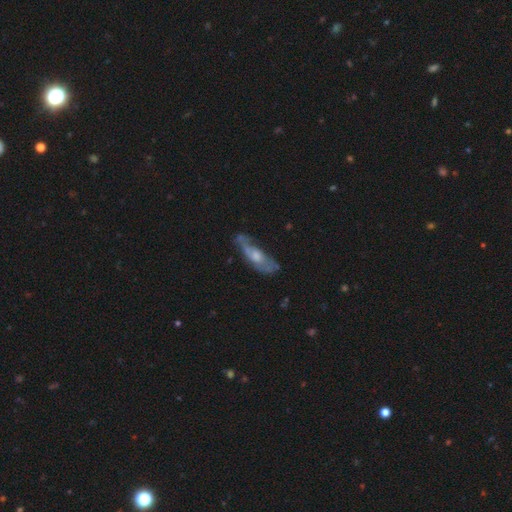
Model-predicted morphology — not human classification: This is likely a featured or disk galaxy (60%). It is likely not viewed edge-on (73%). Merging: possibly none (48%).